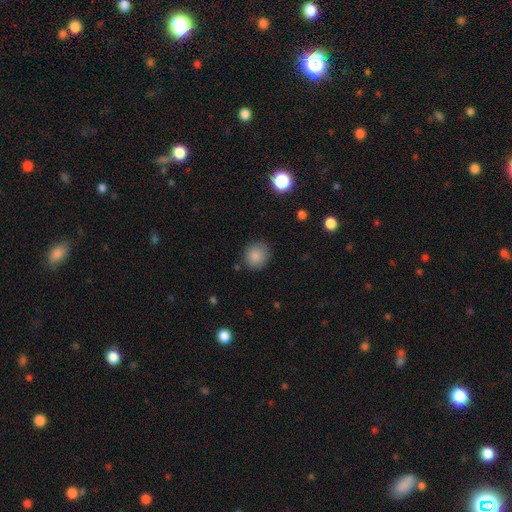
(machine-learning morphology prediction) Overall: smooth (86%). How rounded: round (82%). Merging: none (84%).